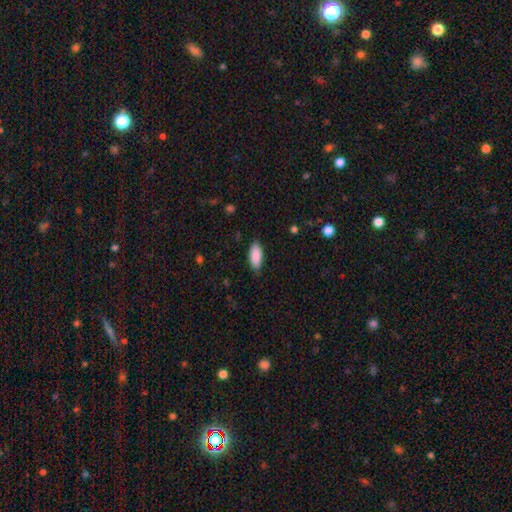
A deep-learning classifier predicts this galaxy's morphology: Smooth or featured? Predicted: smooth (p=0.89). How rounded? Predicted: in between (p=0.86). Merging? Predicted: none (p=0.85).